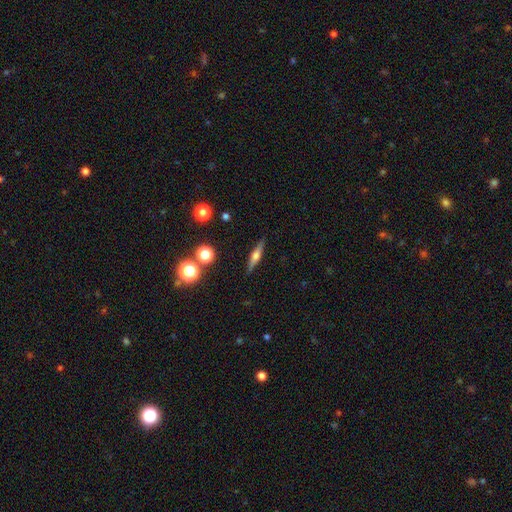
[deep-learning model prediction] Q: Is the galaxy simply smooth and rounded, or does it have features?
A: featured or disk — 60%.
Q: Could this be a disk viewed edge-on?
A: yes — 96%.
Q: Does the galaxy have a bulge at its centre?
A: rounded — 89%.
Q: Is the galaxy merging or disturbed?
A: none — 89%.